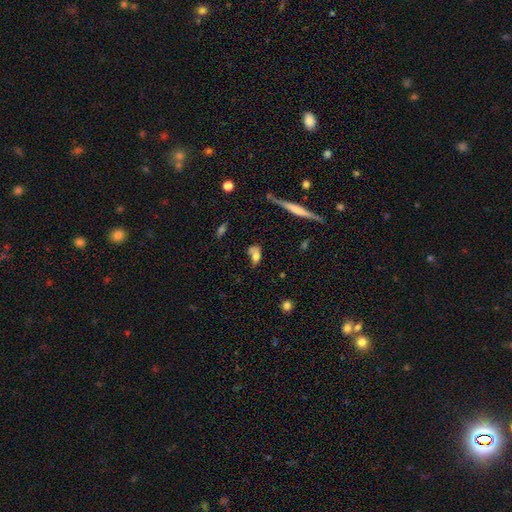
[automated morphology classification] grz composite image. It shows a smooth galaxy with no disk features (69%) that is in between round and cigar-shaped (77%). Merging: none (38%).